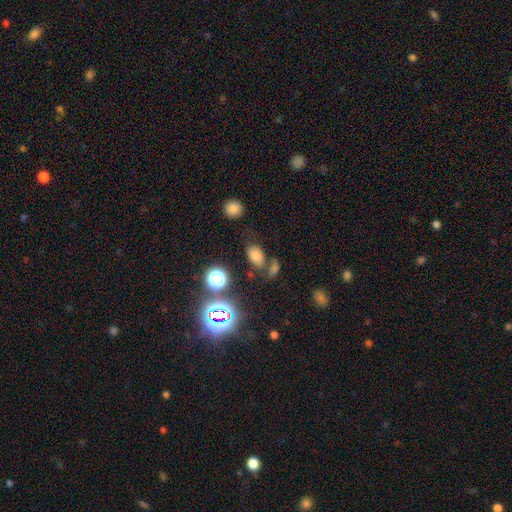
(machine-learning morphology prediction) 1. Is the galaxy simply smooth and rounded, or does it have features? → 73% smooth, 19% star or artifact, 8% featured or disk.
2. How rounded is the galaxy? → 85% in between, 13% round, 2% cigar-shaped.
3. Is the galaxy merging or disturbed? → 68% none, 14% minor disturbance, 12% merger, 6% major disturbance.